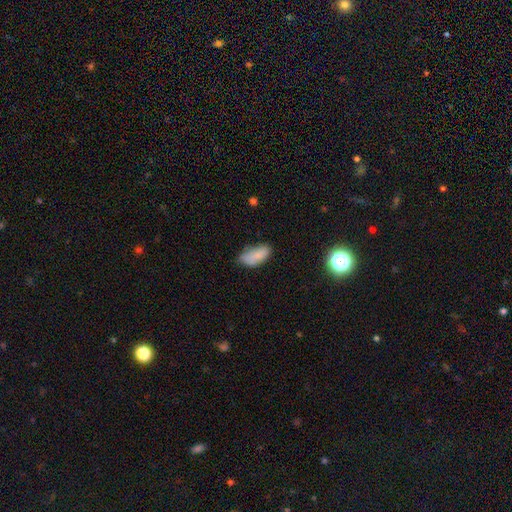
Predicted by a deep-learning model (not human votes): The model was most divided on "merging": none: 54%, minor disturbance: 34%, major disturbance: 9%, merger: 4%. More confident: how rounded — in between (90%); smooth or featured — smooth (81%).